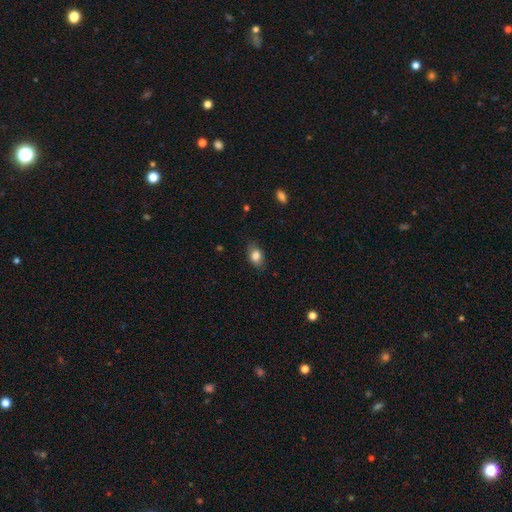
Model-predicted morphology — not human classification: smooth-or-featured: smooth: 83% | featured or disk: 9% | star or artifact: 8%
  how-rounded: in between: 81% | round: 17% | cigar-shaped: 2%
  merging: none: 80% | minor disturbance: 16% | major disturbance: 3% | merger: 1%